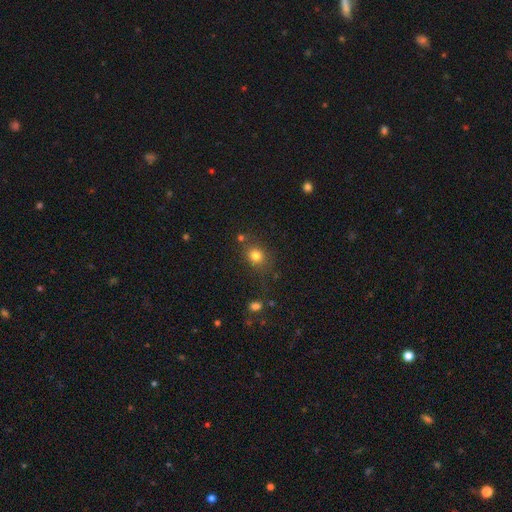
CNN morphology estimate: This appears to be a smooth galaxy with no disk features (79%) that is round (67%). Merging: none (73%).